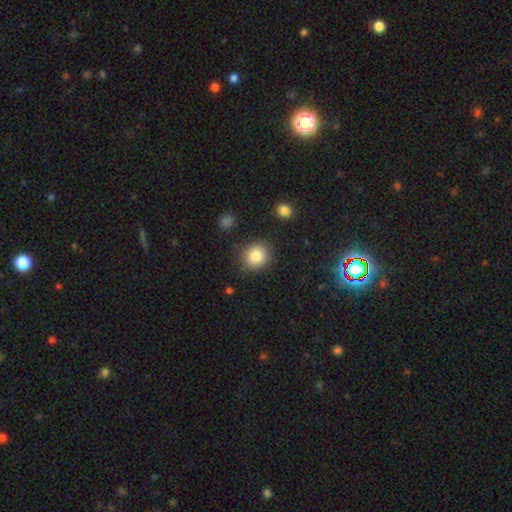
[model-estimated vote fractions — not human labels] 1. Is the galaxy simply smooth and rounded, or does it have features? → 84% smooth, 10% star or artifact, 6% featured or disk.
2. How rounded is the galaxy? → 83% round, 16% in between, 1% cigar-shaped.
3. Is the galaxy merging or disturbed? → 85% none, 9% minor disturbance, 3% major disturbance, 3% merger.